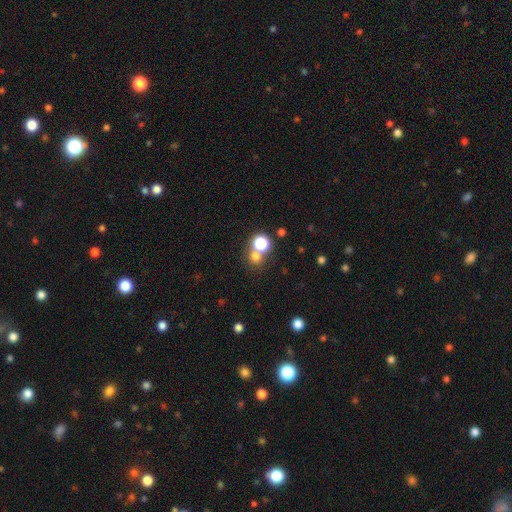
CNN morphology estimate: smooth 69%, star or artifact 23%, featured or disk 9%. Down the decision tree: how rounded — round (86%); merging — none (56%).